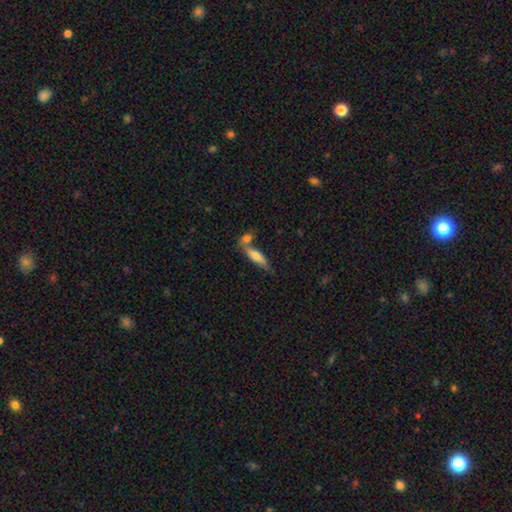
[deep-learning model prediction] The model was most divided on "merging": none: 50%, merger: 34%, minor disturbance: 12%, major disturbance: 4%. More confident: smooth or featured — smooth (63%); how rounded — cigar-shaped (60%).